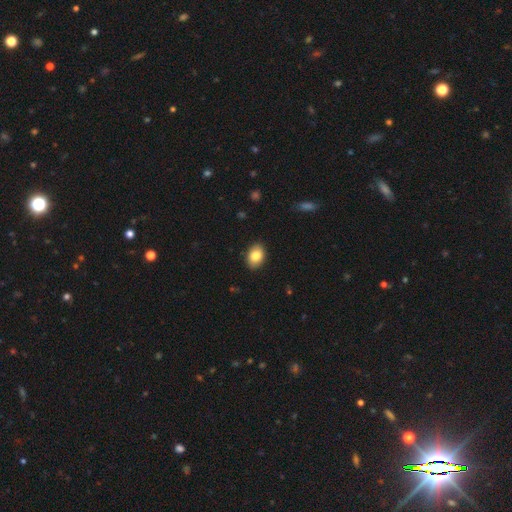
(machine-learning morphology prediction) type=smooth (84%); roundness=in between (84%); merging=none (89%).